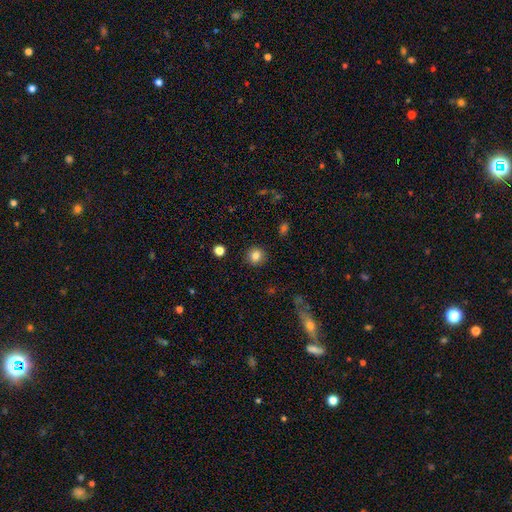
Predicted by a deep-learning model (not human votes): The model was most divided on "smooth or featured": smooth: 83%, star or artifact: 11%, featured or disk: 6%. More confident: merging — none (91%); how rounded — round (90%).